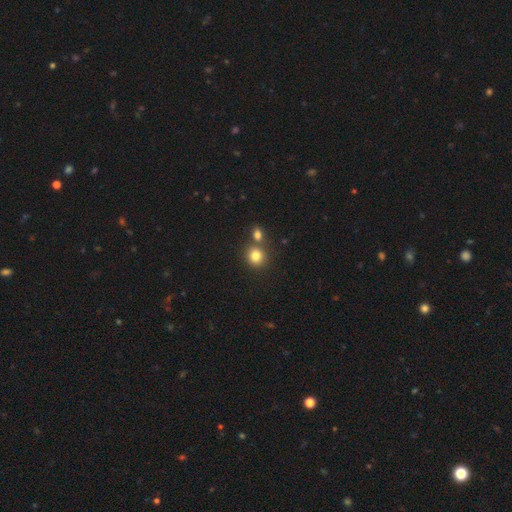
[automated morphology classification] Overall: smooth (81%). How rounded: round (84%). Merging: none (63%; merger 26%).